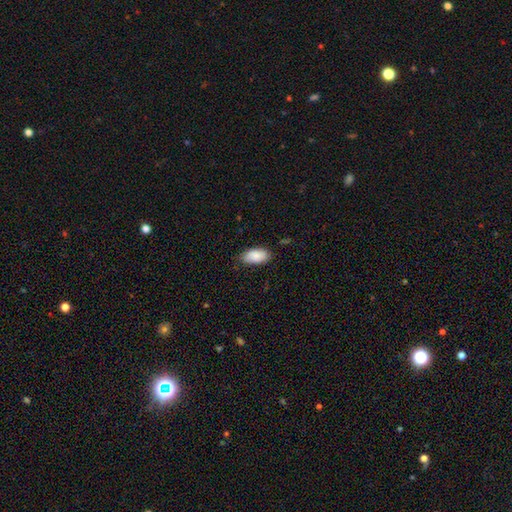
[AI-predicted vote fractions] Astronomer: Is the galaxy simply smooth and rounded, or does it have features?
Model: smooth — 86%.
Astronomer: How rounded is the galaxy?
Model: in between — 94%.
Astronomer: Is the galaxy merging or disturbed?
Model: none — 76%.